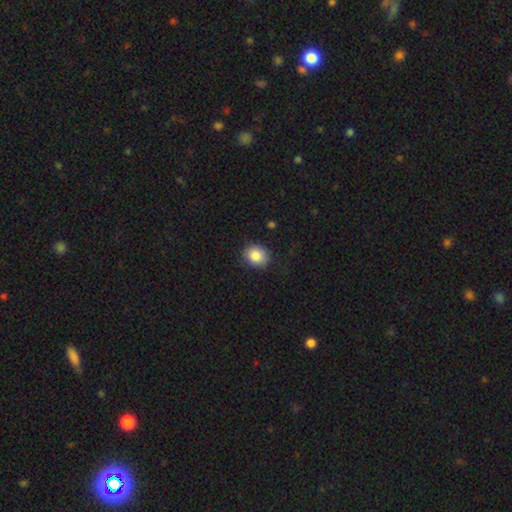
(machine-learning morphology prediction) Smooth or featured? Predicted: smooth (p=0.86). How rounded? Predicted: round (p=0.65). Merging? Predicted: none (p=0.84).